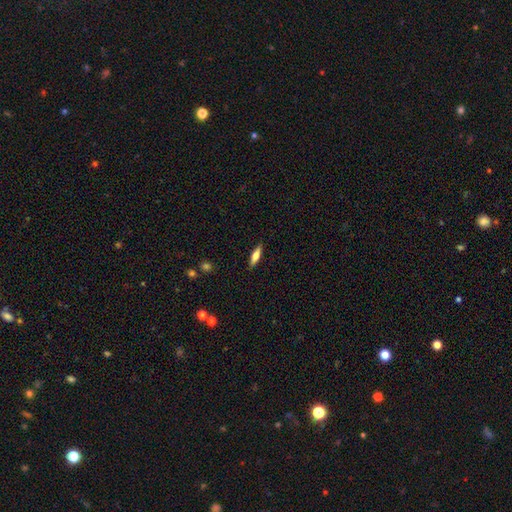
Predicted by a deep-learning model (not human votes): A smooth galaxy with no disk features (61%) that is cigar-shaped (60%).

Vote fractions:
- Smooth or featured? smooth: 61% / featured or disk: 33% / star or artifact: 7%
- How rounded? cigar-shaped: 60% / in between: 37% / round: 2%
- Merging? none: 88% / minor disturbance: 9% / major disturbance: 2% / merger: 1%